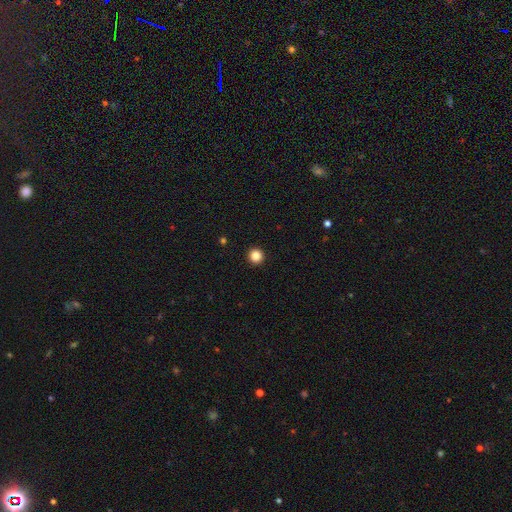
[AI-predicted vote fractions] A smooth galaxy with no disk features (86%) that is round (95%).

Vote fractions:
- Smooth or featured? smooth: 86% / star or artifact: 11% / featured or disk: 3%
- How rounded? round: 95% / in between: 4% / cigar-shaped: 1%
- Merging? none: 94% / minor disturbance: 4% / major disturbance: 1% / merger: 1%